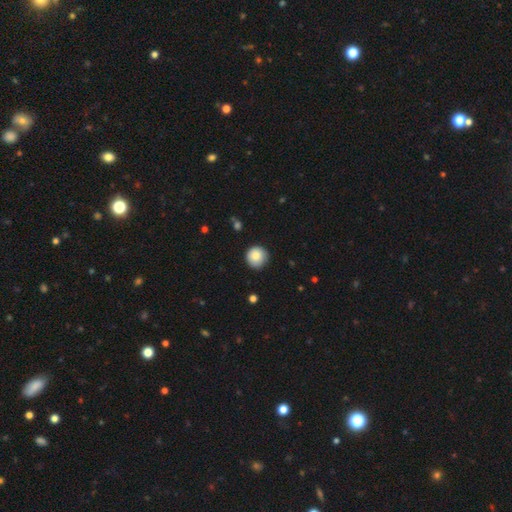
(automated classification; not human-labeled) A smooth galaxy with no disk features (83%) that is round (95%). Merging: none (85%).